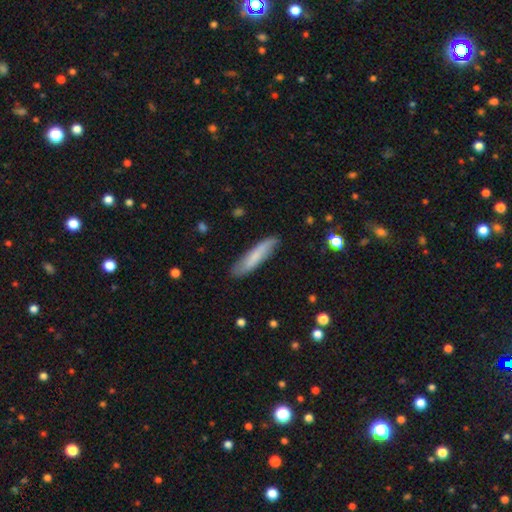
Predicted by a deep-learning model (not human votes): smooth-or-featured: smooth: 70% | featured or disk: 24% | star or artifact: 6%
  how-rounded: cigar-shaped: 83% | in between: 16% | round: 1%
  merging: none: 83% | minor disturbance: 14% | major disturbance: 2% | merger: 1%